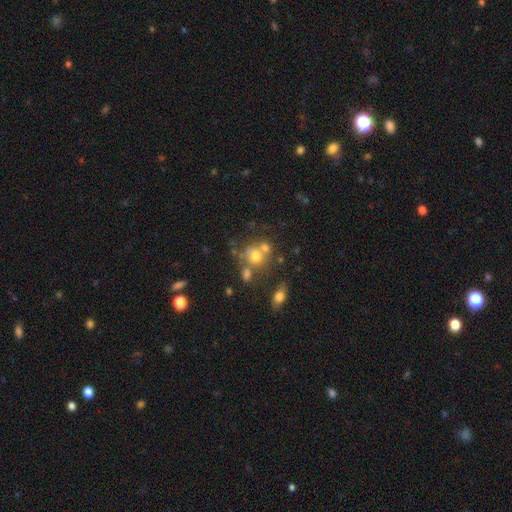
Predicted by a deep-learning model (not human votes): smooth-or-featured: smooth: 63% | featured or disk: 23% | star or artifact: 14%
  how-rounded: round: 75% | in between: 24% | cigar-shaped: 1%
  merging: none: 43% | merger: 36% | minor disturbance: 13% | major disturbance: 7%